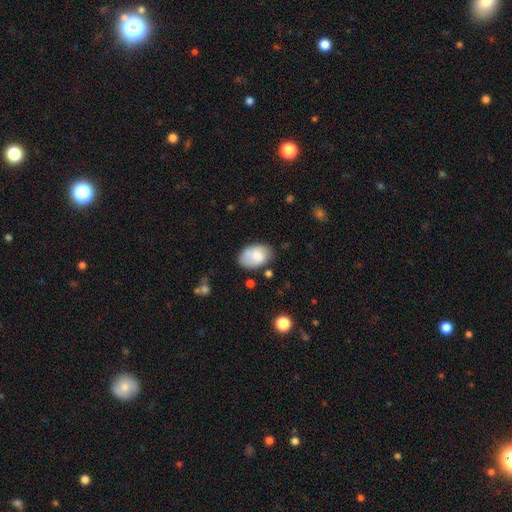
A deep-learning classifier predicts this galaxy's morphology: smooth-or-featured: smooth: 75% | featured or disk: 18% | star or artifact: 7%
  how-rounded: in between: 88% | round: 11% | cigar-shaped: 1%
  merging: none: 65% | minor disturbance: 23% | merger: 6% | major disturbance: 6%